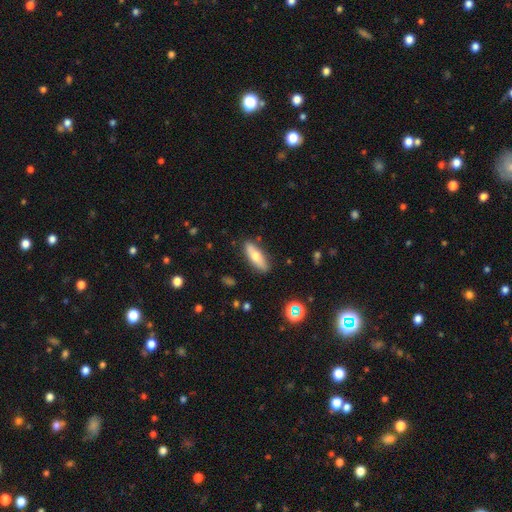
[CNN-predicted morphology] Smooth or featured? Predicted: smooth (p=0.61). How rounded? Predicted: in between (p=0.57). Merging? Predicted: none (p=0.85).